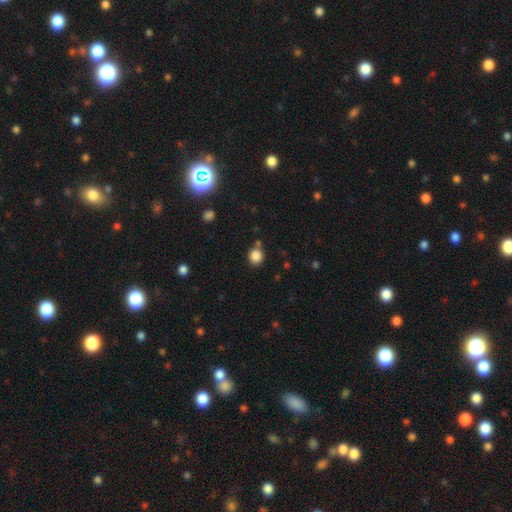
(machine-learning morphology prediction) Smooth or featured? Predicted: smooth (p=0.85). How rounded? Predicted: round (p=0.83). Merging? Predicted: none (p=0.77).